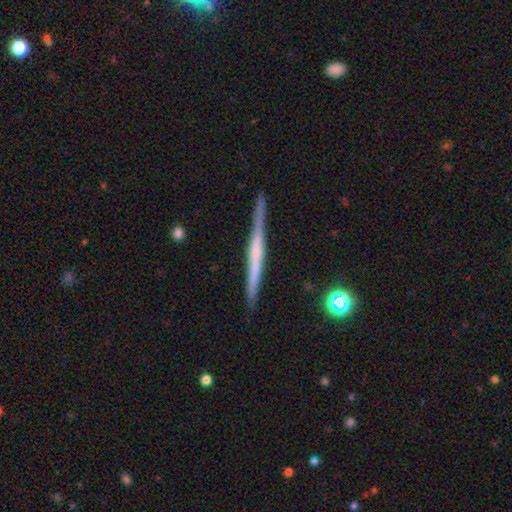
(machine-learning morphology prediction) type=featured or disk (68%); edge-on=yes (98%); edge-on bulge=none (56%); merging=none (90%).